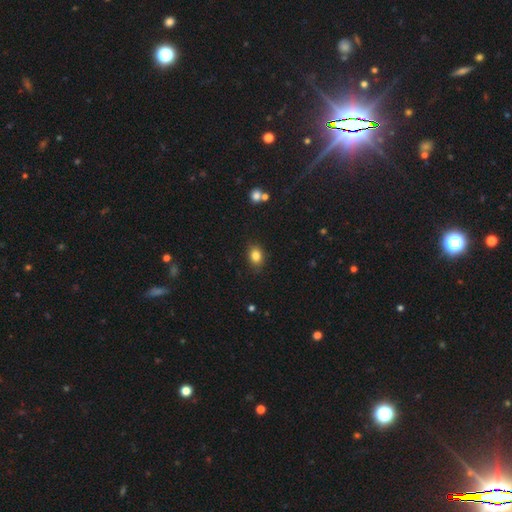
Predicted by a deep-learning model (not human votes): smooth_or_featured: smooth (p=0.84) [alt: star or artifact p=0.10]
how_rounded: in between (p=0.64) [alt: round p=0.35]
merging: none (p=0.84) [alt: minor disturbance p=0.12]